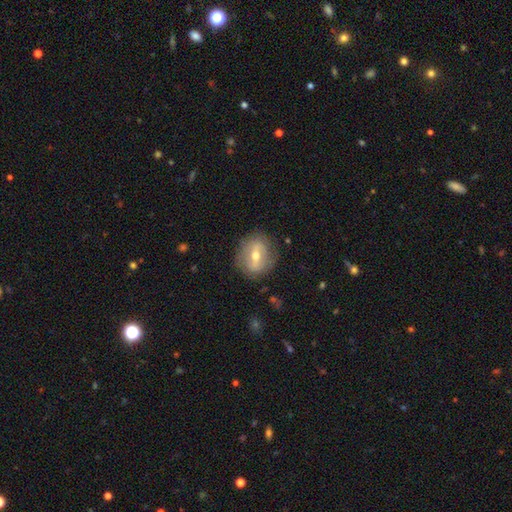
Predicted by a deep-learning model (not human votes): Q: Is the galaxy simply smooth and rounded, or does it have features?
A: featured or disk — 61%.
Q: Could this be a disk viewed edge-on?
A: no — 86%.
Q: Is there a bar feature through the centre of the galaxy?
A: strong — 52%.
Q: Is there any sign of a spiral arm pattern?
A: no — 66%.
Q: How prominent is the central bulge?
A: moderate — 68%.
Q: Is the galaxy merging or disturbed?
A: none — 81%.